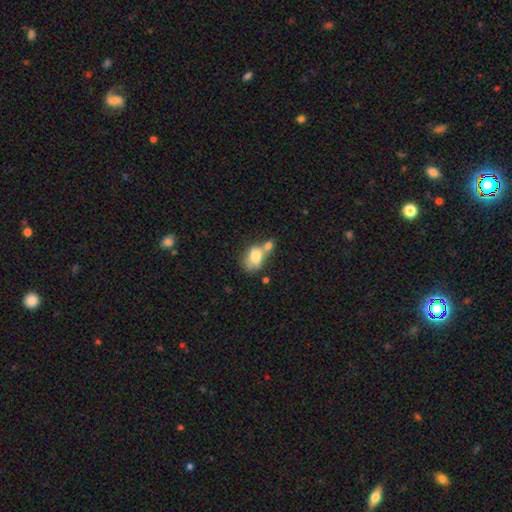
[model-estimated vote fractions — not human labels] This is likely a smooth galaxy (70%). How rounded: likely in between (78%). Merging: possibly merger (57%).